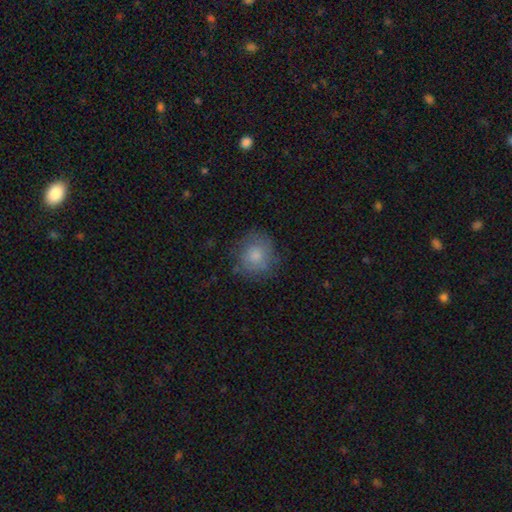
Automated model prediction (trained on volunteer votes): A smooth galaxy with no disk features (74%) that is round (86%).

Vote fractions:
- Smooth or featured? smooth: 74% / featured or disk: 18% / star or artifact: 8%
- How rounded? round: 86% / in between: 13% / cigar-shaped: 1%
- Merging? none: 74% / minor disturbance: 18% / major disturbance: 7% / merger: 1%